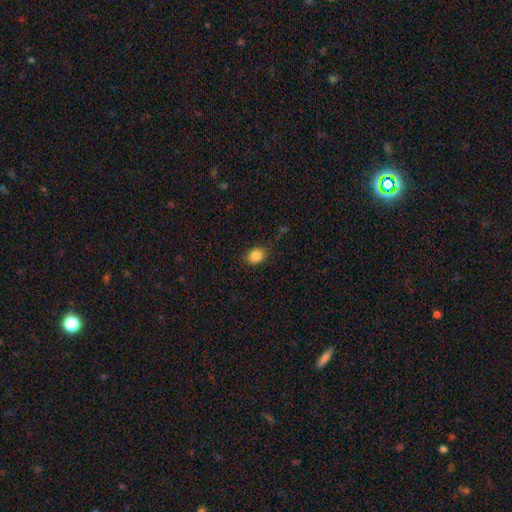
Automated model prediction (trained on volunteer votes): This appears to be a smooth galaxy with no disk features (86%) that is in between round and cigar-shaped (64%). Merging: none (84%).